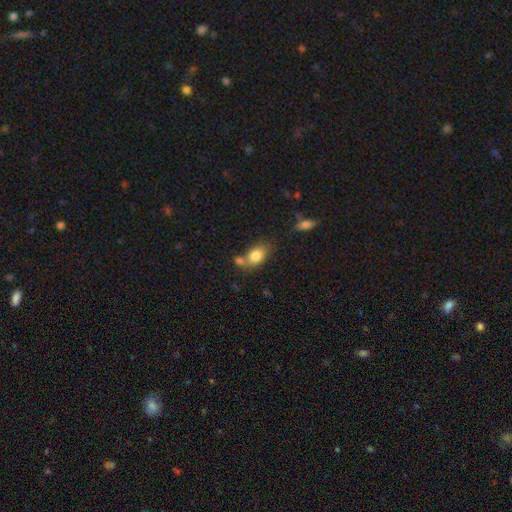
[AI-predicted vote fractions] Smooth or featured? Predicted: smooth (p=0.81). How rounded? Predicted: in between (p=0.82). Merging? Predicted: none (p=0.51).